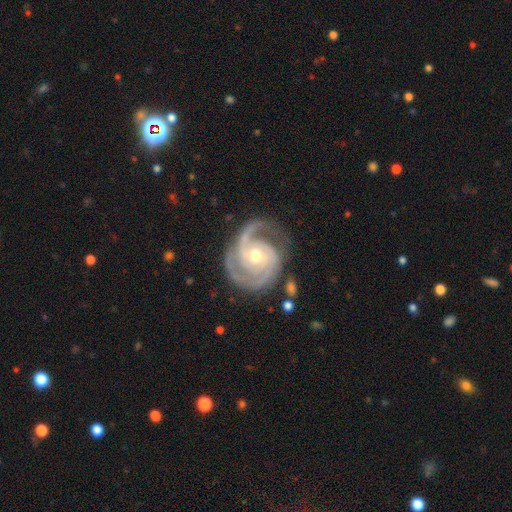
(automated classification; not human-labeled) Smooth or featured? featured or disk (92%)
Edge-on disk? no (98%)
Bar? no (67%)
Spiral arms? yes (98%)
Spiral winding? tight (63%)
Spiral arm count? 2 (43%)
Bulge size? moderate (61%)
Merging? none (72%)